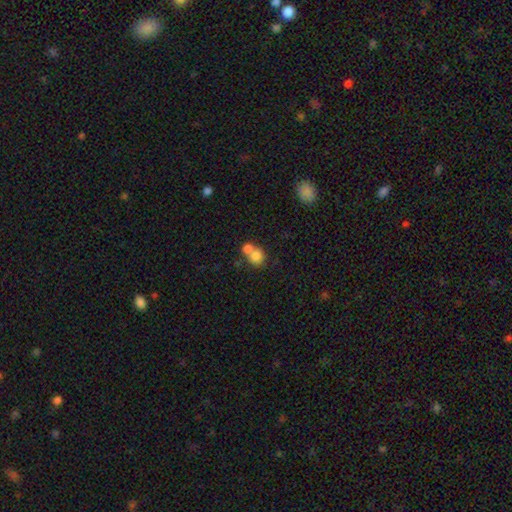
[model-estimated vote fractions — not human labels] Morphology: type=smooth (80%); roundness=round (76%); merging=merger (55%).